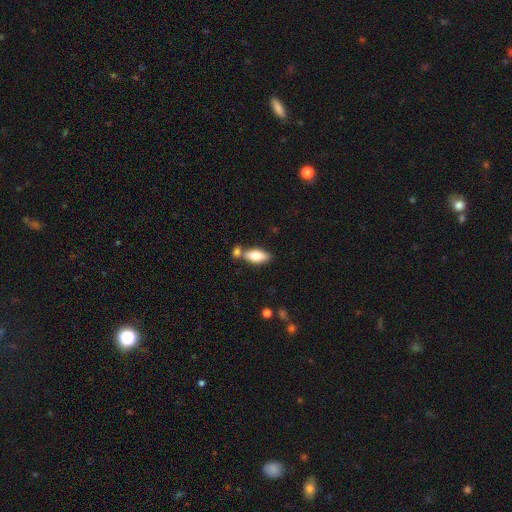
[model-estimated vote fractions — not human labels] Overall: smooth (77%). How rounded: in between (85%). Merging: none (55%; merger 29%).